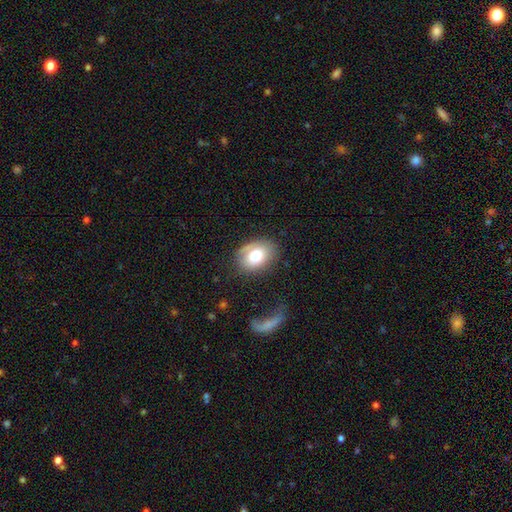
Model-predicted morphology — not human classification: Smooth or featured? Predicted: smooth (p=0.73). How rounded? Predicted: in between (p=0.72). Merging? Predicted: none (p=0.71).